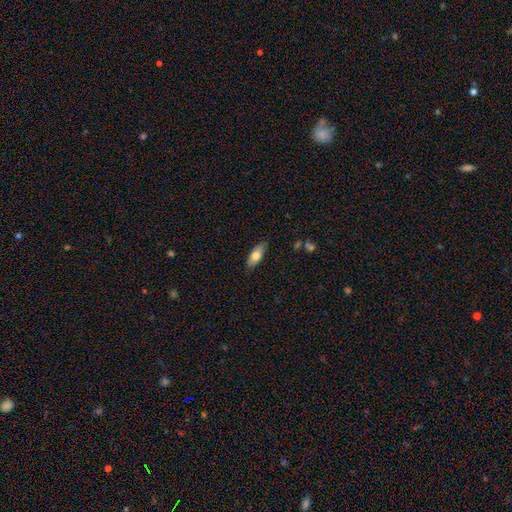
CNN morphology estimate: Smooth or featured: smooth — 74% (featured or disk — 20%)
How rounded: in between — 77% (cigar-shaped — 20%)
Merging: none — 83% (minor disturbance — 13%)